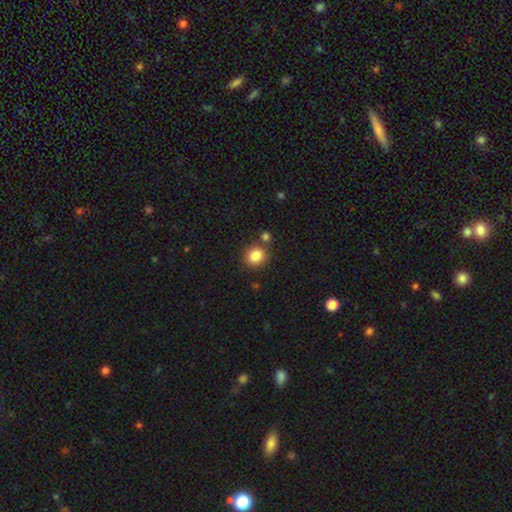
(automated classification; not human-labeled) A smooth galaxy with no disk features (84%) that is round (85%). Merging: none (77%).